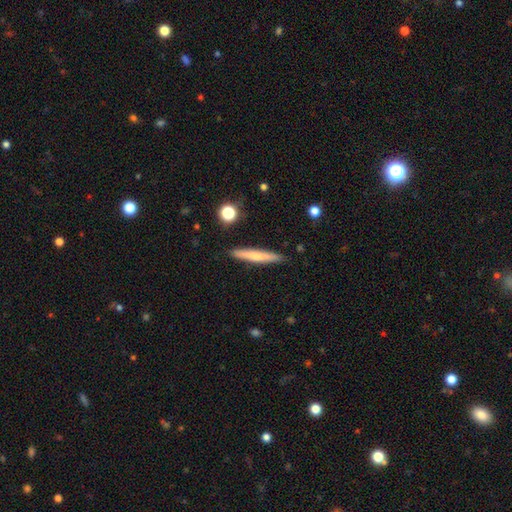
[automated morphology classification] The model was most divided on "smooth or featured": smooth: 62%, featured or disk: 32%, star or artifact: 6%. More confident: how rounded — cigar-shaped (94%); merging — none (89%).